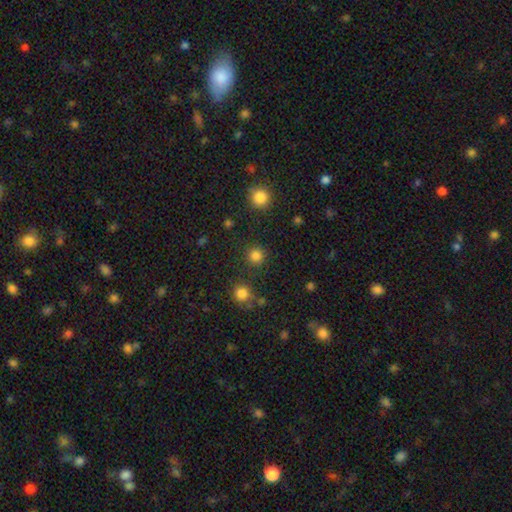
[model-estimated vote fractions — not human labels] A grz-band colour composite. It shows a smooth galaxy with no disk features (84%) that is round (94%). Merging: none (89%).